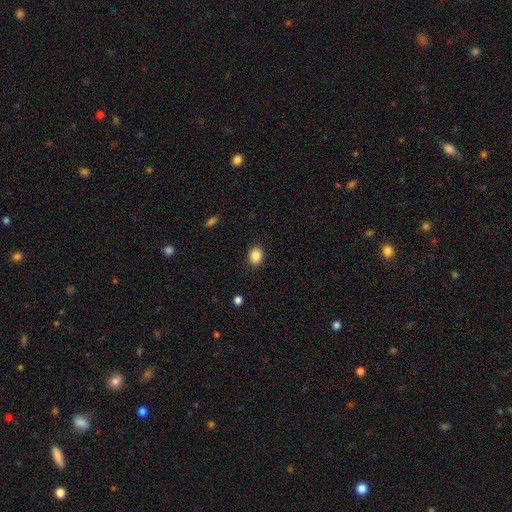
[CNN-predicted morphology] The model was most divided on "how rounded": round: 51%, in between: 48%, cigar-shaped: 1%. More confident: merging — none (90%); smooth or featured — smooth (87%).